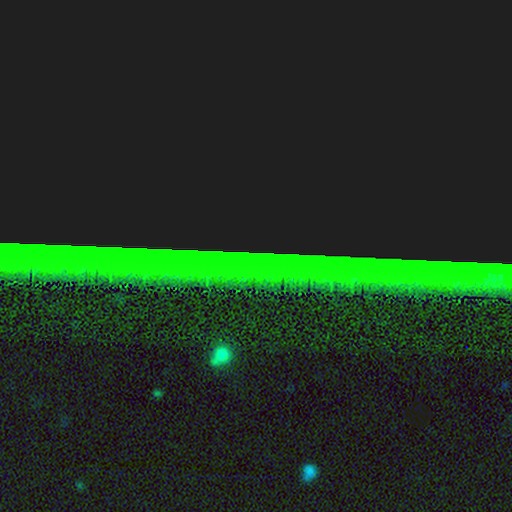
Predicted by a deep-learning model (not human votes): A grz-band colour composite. It shows a star or artifact, not a galaxy (83%).